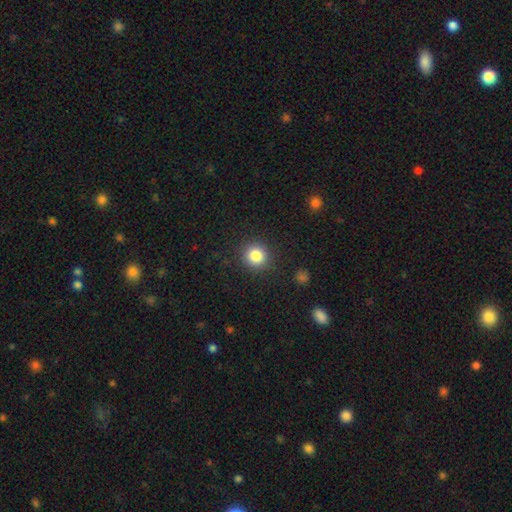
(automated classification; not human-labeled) Morphology: type=smooth (84%); roundness=round (91%); merging=none (89%).